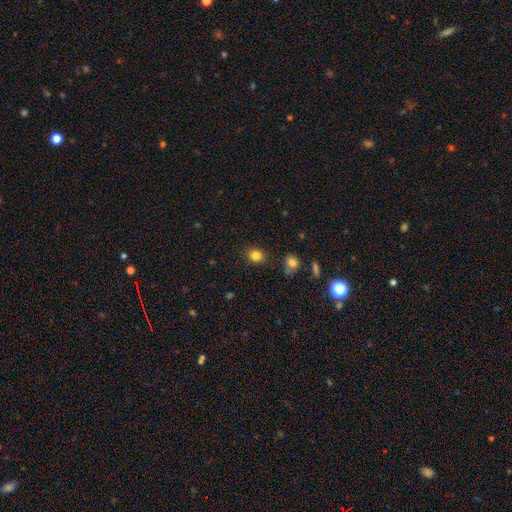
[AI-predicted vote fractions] This is clearly a smooth galaxy (82%). How rounded: likely round (62%). Merging: clearly none (86%).